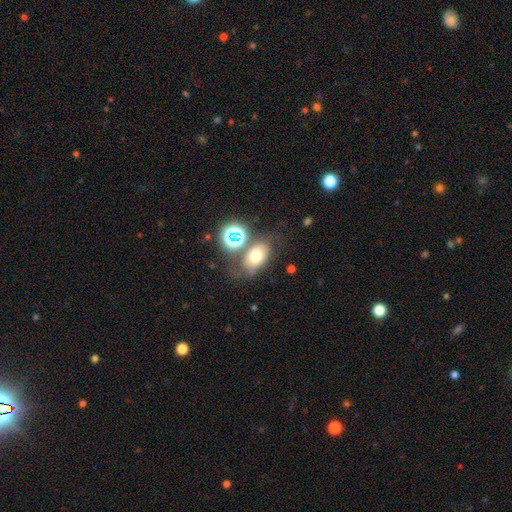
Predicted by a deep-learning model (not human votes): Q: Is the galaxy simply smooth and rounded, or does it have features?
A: smooth — 64%.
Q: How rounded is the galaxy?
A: in between — 78%.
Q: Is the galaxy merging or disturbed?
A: none — 59%.